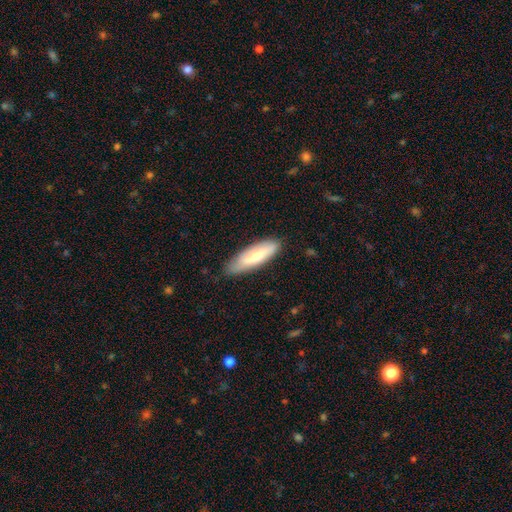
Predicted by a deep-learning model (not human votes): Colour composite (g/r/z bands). It shows a smooth galaxy with no disk features (64%) that is in between round and cigar-shaped (50%). Merging: none (80%).